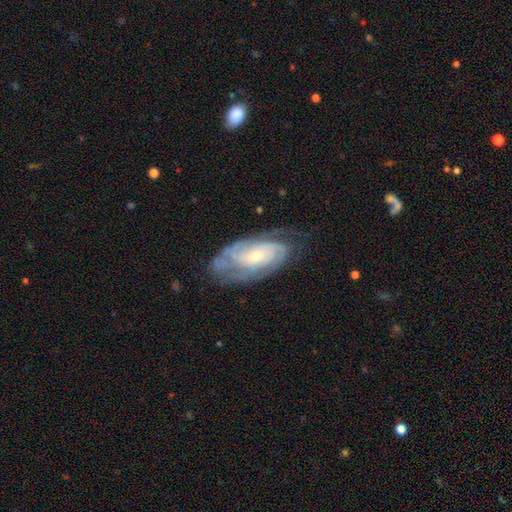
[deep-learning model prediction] smooth-or-featured: featured or disk: 81% | smooth: 13% | star or artifact: 6%
  disk-edge-on: no: 94% | yes: 6%
    bar: no: 70% | weak: 24% | strong: 6%
    has-spiral-arms: yes: 93% | no: 7%
      spiral-winding: tight: 64% | medium: 29% | loose: 7%
      spiral-arm-count: can't tell: 36% | 2: 34% | 3: 16% | 4: 6% | 1: 4% | more than 4: 4%
    bulge-size: small: 60% | moderate: 33% | large: 3% | none: 2% | dominant: 1%
  merging: none: 66% | minor disturbance: 22% | major disturbance: 11% | merger: 1%